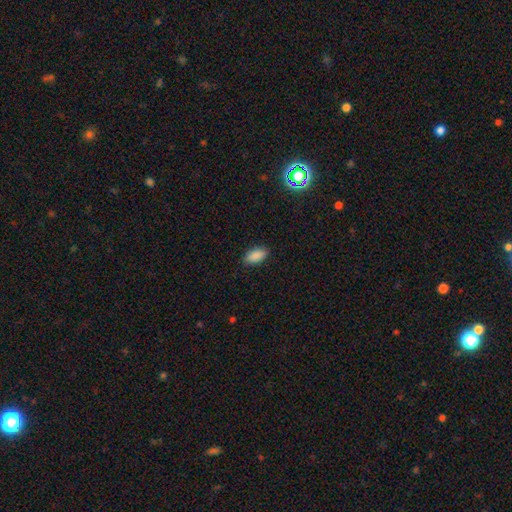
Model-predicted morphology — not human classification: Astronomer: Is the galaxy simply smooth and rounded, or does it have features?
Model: smooth — 90%.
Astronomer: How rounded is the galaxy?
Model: in between — 92%.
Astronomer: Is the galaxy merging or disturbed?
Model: none — 88%.